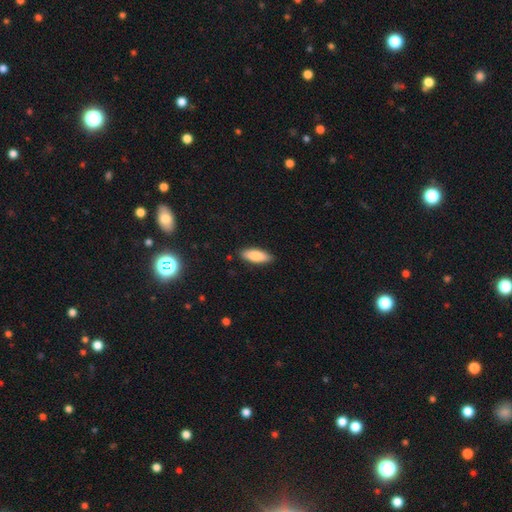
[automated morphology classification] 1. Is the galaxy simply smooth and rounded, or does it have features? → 84% smooth, 10% featured or disk, 6% star or artifact.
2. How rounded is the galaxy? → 71% in between, 27% cigar-shaped, 2% round.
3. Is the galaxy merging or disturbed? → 87% none, 10% minor disturbance, 2% major disturbance, 1% merger.